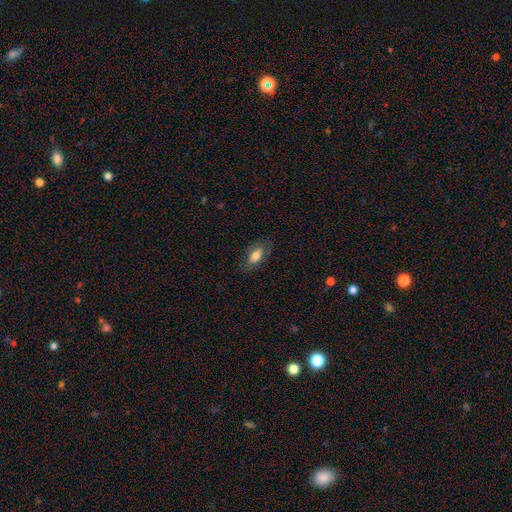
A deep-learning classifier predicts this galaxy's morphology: This is likely a smooth galaxy (75%). How rounded: clearly in between (89%). Merging: likely none (79%).